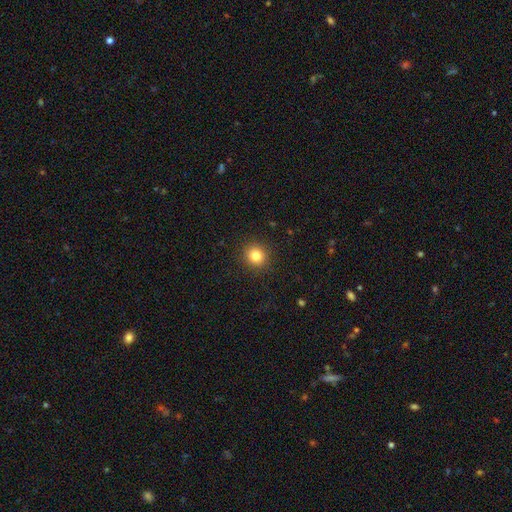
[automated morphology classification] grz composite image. It shows a smooth galaxy with no disk features (82%) that is round (91%). Merging: none (92%).